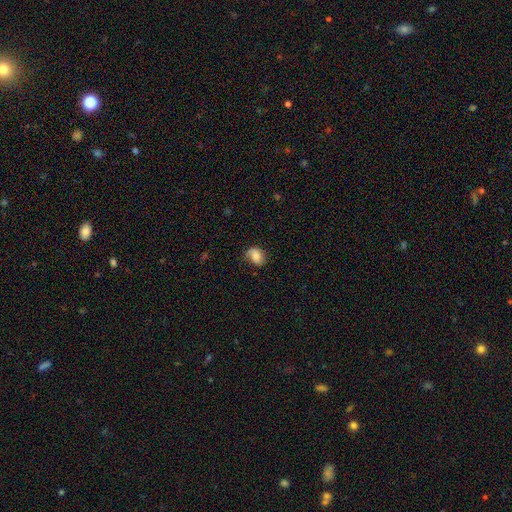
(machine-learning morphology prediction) Smooth or featured: smooth — 56% (featured or disk — 35%)
How rounded: in between — 64% (round — 35%)
Merging: none — 60% (minor disturbance — 28%)